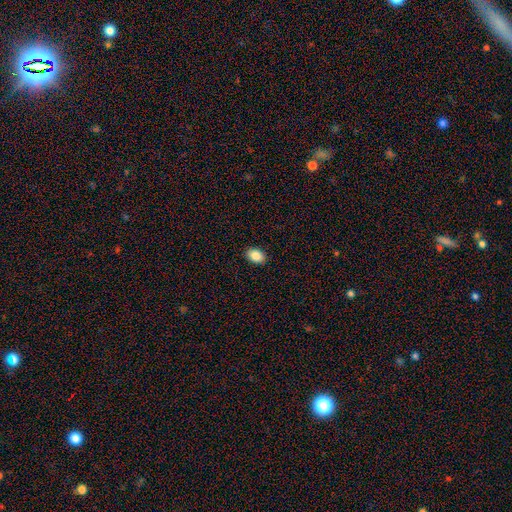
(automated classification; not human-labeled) smooth_or_featured: smooth (p=0.87) [alt: star or artifact p=0.08]
how_rounded: in between (p=0.86) [alt: round p=0.13]
merging: none (p=0.90) [alt: minor disturbance p=0.07]